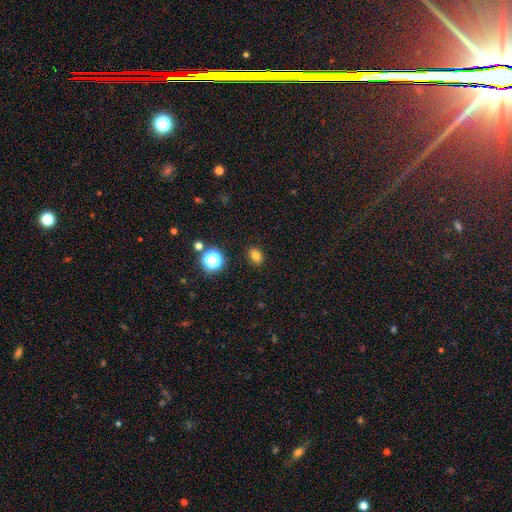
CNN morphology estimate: smooth_or_featured: smooth (p=0.78) [alt: star or artifact p=0.15]
how_rounded: in between (p=0.54) [alt: round p=0.45]
merging: none (p=0.88) [alt: minor disturbance p=0.08]